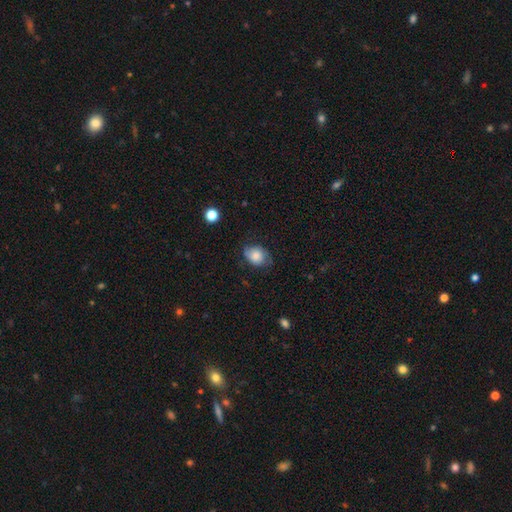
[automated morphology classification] A smooth galaxy with no disk features (75%) that is in between round and cigar-shaped (56%). Merging: none (64%).